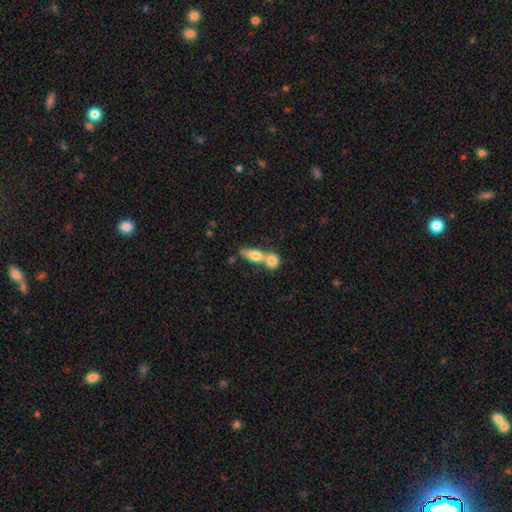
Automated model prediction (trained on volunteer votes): smooth 74%, featured or disk 19%, star or artifact 7%. Down the decision tree: how rounded — in between (65%); merging — merger (67%).